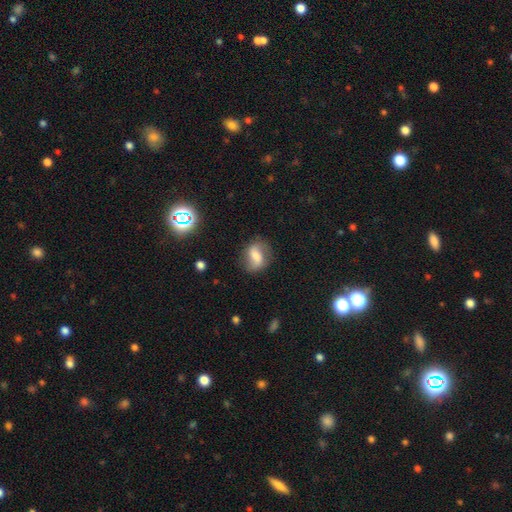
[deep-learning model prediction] A smooth galaxy with no disk features (49%).

Vote fractions:
- Smooth or featured? smooth: 49% / featured or disk: 41% / star or artifact: 11%
- Merging? none: 74% / minor disturbance: 18% / major disturbance: 7% / merger: 2%